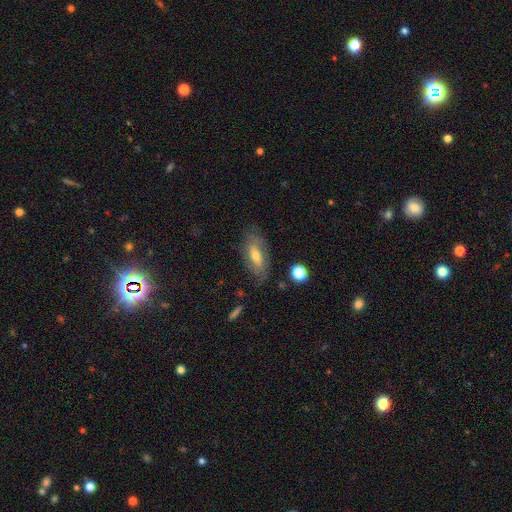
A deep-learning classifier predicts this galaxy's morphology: This appears to be a smooth galaxy with no disk features (47%). Merging: none (73%).